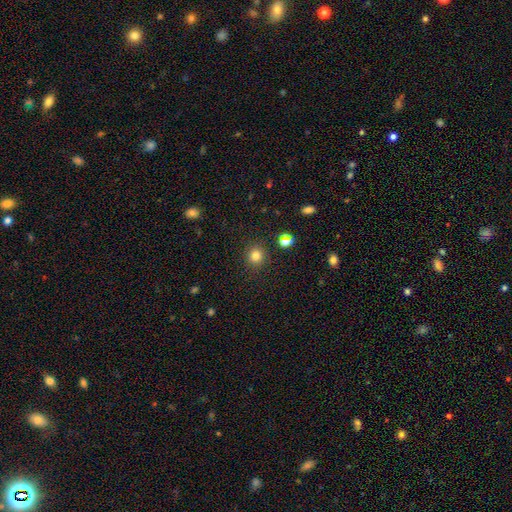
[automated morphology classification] Smooth or featured: smooth — 79% (star or artifact — 15%)
How rounded: round — 89% (in between — 10%)
Merging: none — 89% (minor disturbance — 6%)